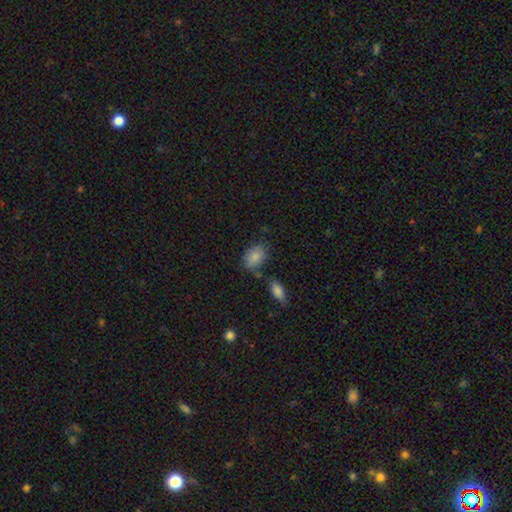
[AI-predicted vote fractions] The model was most divided on "merging": none: 70%, minor disturbance: 17%, merger: 8%, major disturbance: 4%. More confident: smooth or featured — smooth (84%); how rounded — in between (82%).